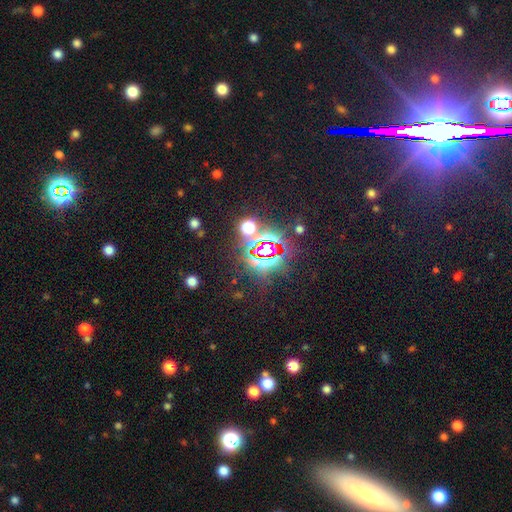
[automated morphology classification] Smooth or featured: star or artifact — 81% (smooth — 11%)